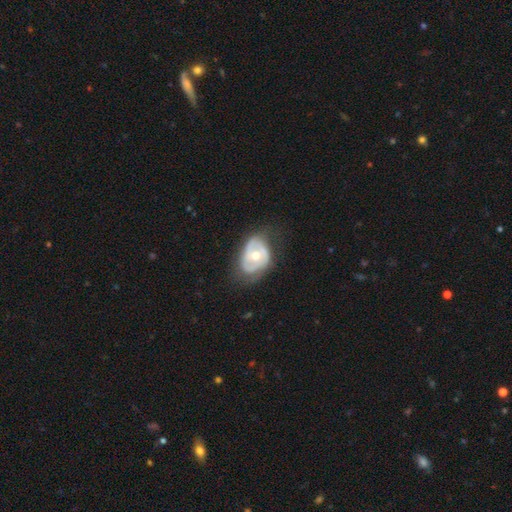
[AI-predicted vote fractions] smooth-or-featured: featured or disk: 66% | smooth: 29% | star or artifact: 5%
  disk-edge-on: no: 95% | yes: 5%
    bar: no: 72% | weak: 21% | strong: 7%
    has-spiral-arms: yes: 53% | no: 47%
    bulge-size: moderate: 76% | small: 17% | large: 5% | none: 1% | dominant: 1%
  merging: none: 52% | minor disturbance: 30% | major disturbance: 16% | merger: 2%